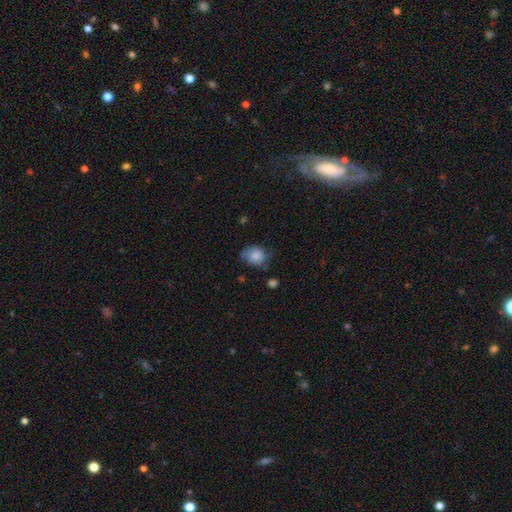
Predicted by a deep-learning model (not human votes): This is likely a smooth galaxy (77%). How rounded: likely round (61%). Merging: possibly none (55%).